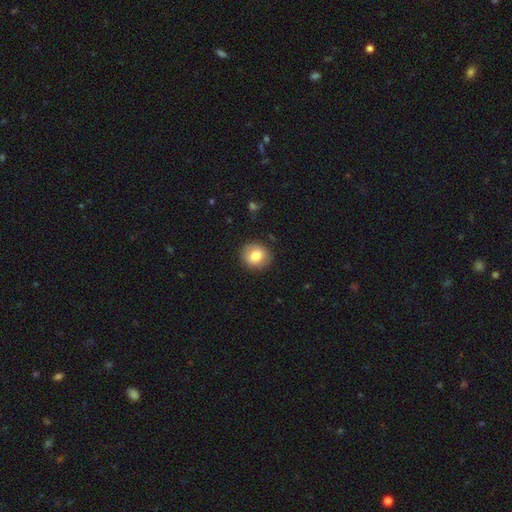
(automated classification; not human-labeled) The model was most divided on "how rounded": round: 81%, in between: 18%, cigar-shaped: 1%. More confident: merging — none (86%); smooth or featured — smooth (80%).